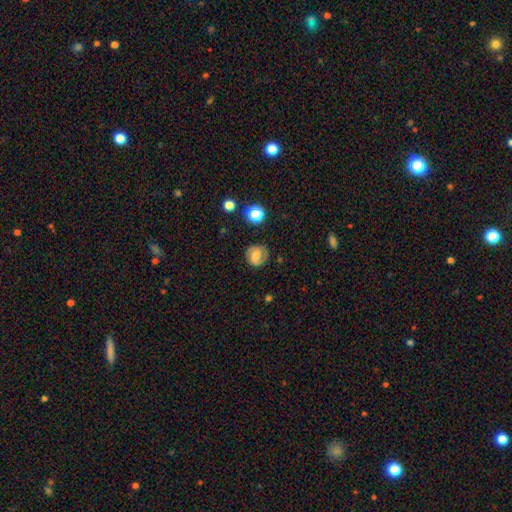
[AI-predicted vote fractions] A featured or disk galaxy (47%). Merging: none (80%).